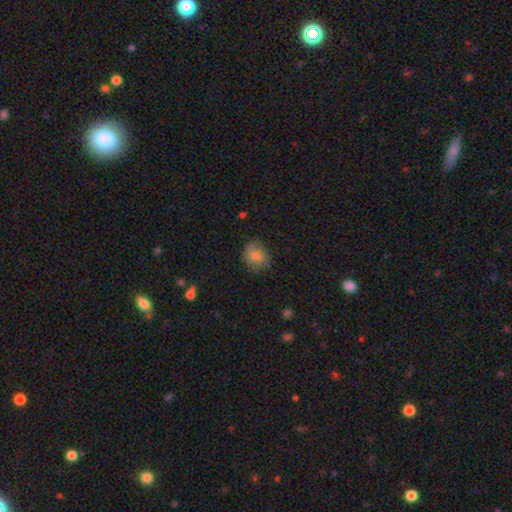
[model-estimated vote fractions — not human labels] Smooth or featured?
  - smooth: 74% *
  - featured or disk: 16%
  - star or artifact: 9%
How rounded?
  - round: 61% *
  - in between: 38%
  - cigar-shaped: 1%
Merging?
  - none: 75% *
  - minor disturbance: 20%
  - major disturbance: 4%
  - merger: 1%